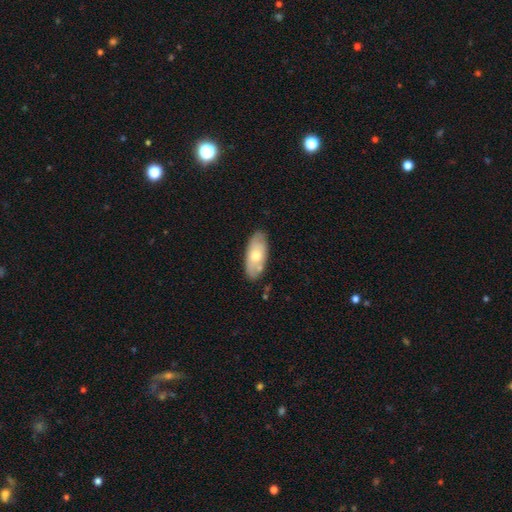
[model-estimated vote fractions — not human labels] This appears to be a smooth galaxy with no disk features (59%) that is in between round and cigar-shaped (89%). Merging: none (79%).